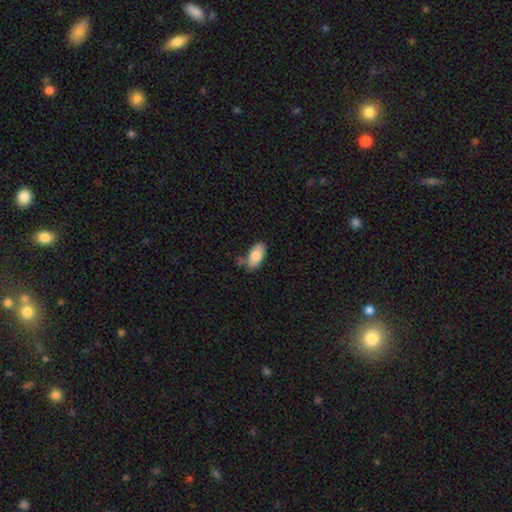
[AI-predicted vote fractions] Q: Smooth or featured?
A: smooth (81%); runner-up: featured or disk (12%)
Q: How rounded?
A: in between (93%); runner-up: cigar-shaped (4%)
Q: Merging?
A: none (62%); runner-up: minor disturbance (24%)